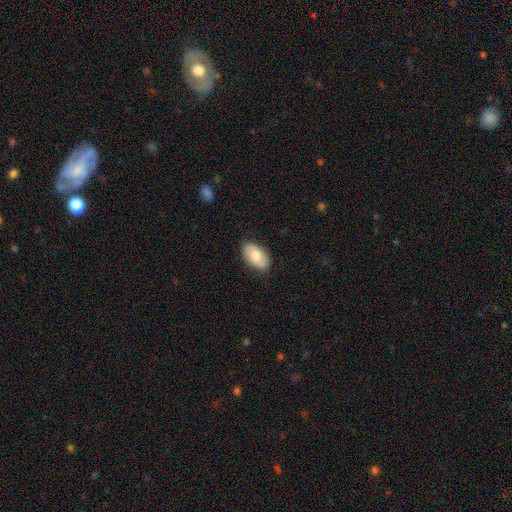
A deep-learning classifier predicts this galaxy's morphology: This appears to be a smooth galaxy with no disk features (71%) that is in between round and cigar-shaped (94%). Merging: none (84%).